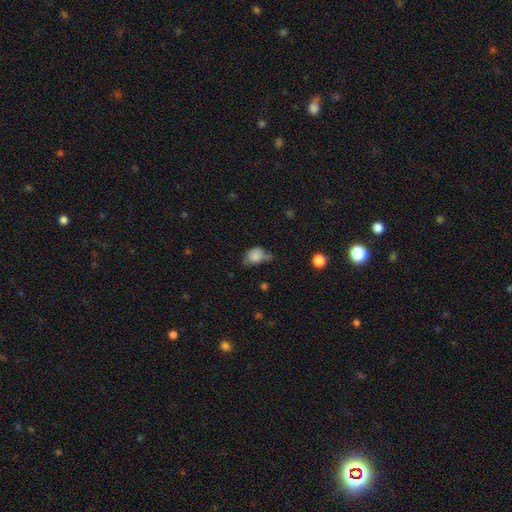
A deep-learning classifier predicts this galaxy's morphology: A smooth galaxy with no disk features (78%) that is in between round and cigar-shaped (61%). Merging: minor disturbance (41%).